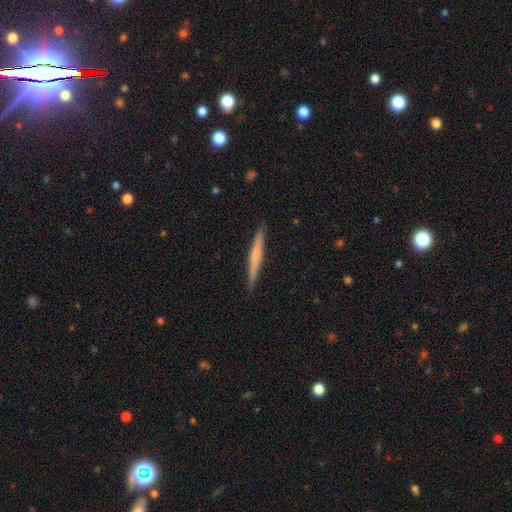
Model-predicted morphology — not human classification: A smooth galaxy with no disk features (55%) that is cigar-shaped (97%).

Vote fractions:
- Smooth or featured? smooth: 55% / featured or disk: 40% / star or artifact: 5%
- How rounded? cigar-shaped: 97% / in between: 2% / round: 1%
- Merging? none: 91% / minor disturbance: 6% / major disturbance: 1% / merger: 1%